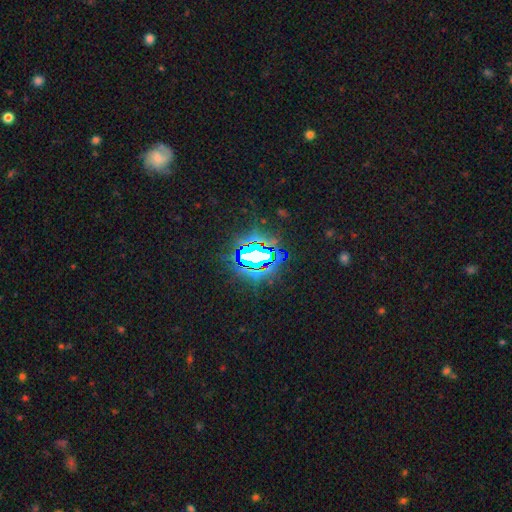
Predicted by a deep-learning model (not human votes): Morphology: type=star or artifact (77%).